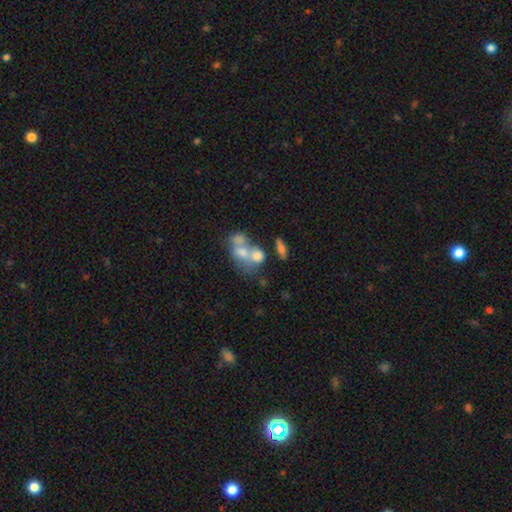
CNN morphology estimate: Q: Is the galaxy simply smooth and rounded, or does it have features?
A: smooth — 51%.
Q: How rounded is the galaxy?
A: in between — 64%.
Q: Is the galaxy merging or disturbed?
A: merger — 58%.